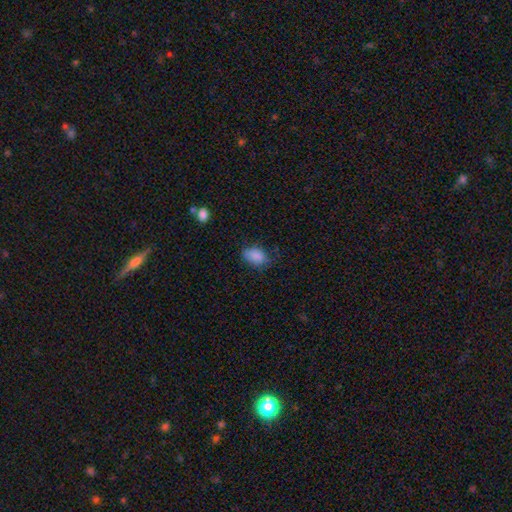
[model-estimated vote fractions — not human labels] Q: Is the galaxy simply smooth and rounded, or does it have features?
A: smooth — 87%.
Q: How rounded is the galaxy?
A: in between — 85%.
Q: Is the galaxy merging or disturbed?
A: none — 65%.